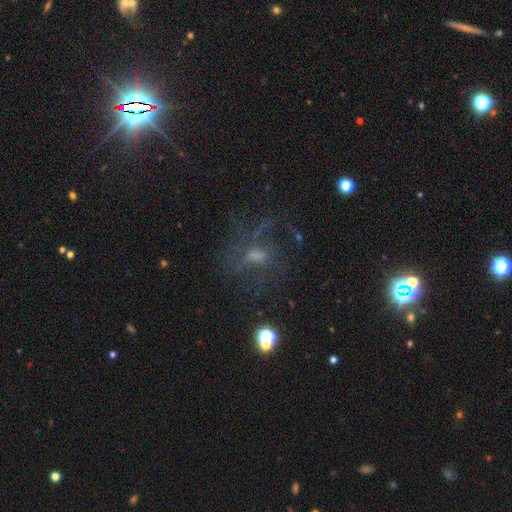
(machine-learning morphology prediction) The model was most divided on "merging": none: 50%, major disturbance: 29%, minor disturbance: 17%, merger: 4%. Remaining: smooth or featured — featured or disk (48%).